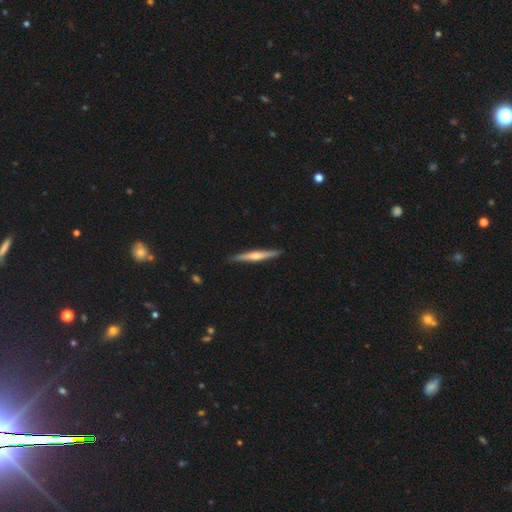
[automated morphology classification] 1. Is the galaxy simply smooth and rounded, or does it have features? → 69% featured or disk, 26% smooth, 5% star or artifact.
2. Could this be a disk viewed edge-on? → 98% yes, 2% no.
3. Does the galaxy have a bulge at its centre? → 85% rounded, 9% none, 7% boxy.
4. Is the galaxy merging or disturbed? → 91% none, 6% minor disturbance, 1% major disturbance, 1% merger.